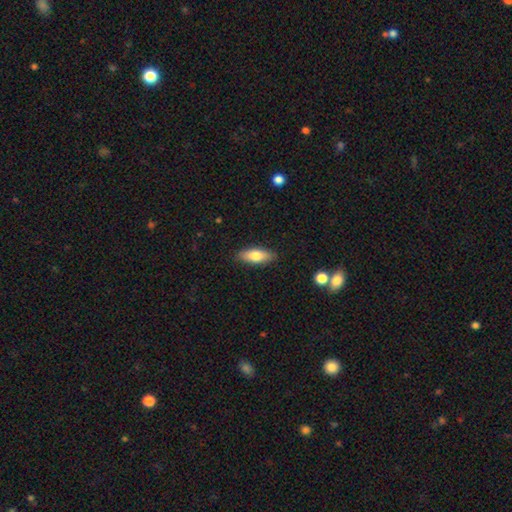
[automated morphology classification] A smooth galaxy with no disk features (75%) that is in between round and cigar-shaped (71%).

Vote fractions:
- Smooth or featured? smooth: 75% / featured or disk: 19% / star or artifact: 6%
- How rounded? in between: 71% / cigar-shaped: 27% / round: 3%
- Merging? none: 87% / minor disturbance: 9% / major disturbance: 2% / merger: 1%